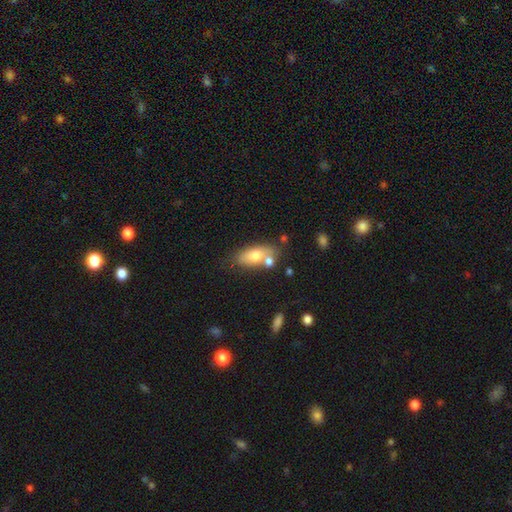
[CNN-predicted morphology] Smooth or featured? Predicted: smooth (p=0.72). How rounded? Predicted: in between (p=0.84). Merging? Predicted: none (p=0.54).